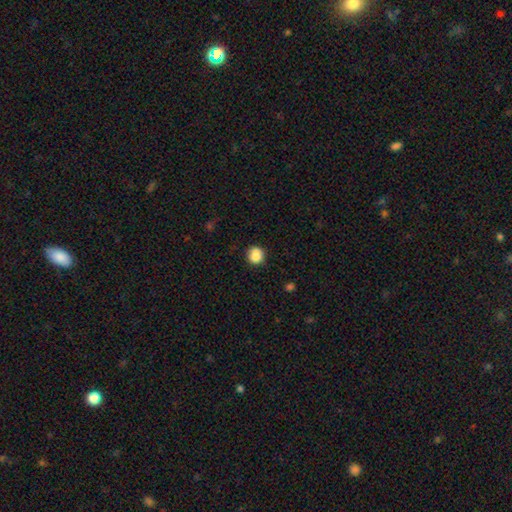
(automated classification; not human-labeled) This appears to be a smooth galaxy with no disk features (83%) that is round (87%). Merging: none (66%).